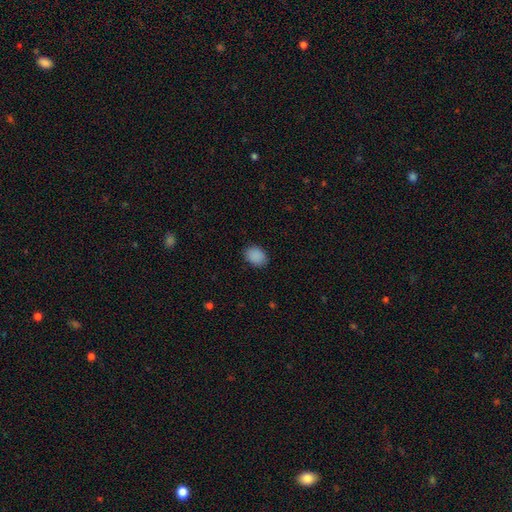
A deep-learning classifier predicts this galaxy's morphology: Smooth or featured: smooth — 89% (star or artifact — 8%)
How rounded: in between — 66% (round — 33%)
Merging: none — 86% (minor disturbance — 10%)